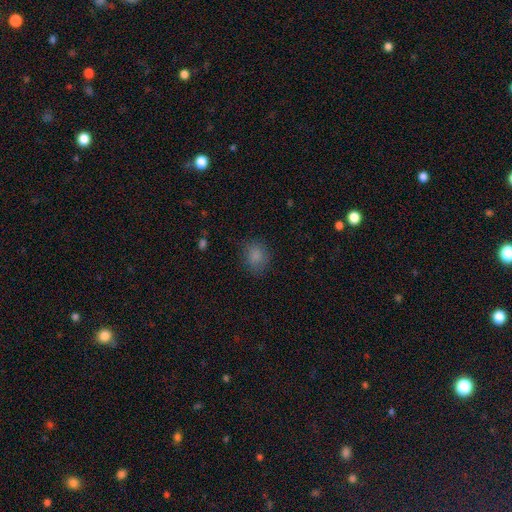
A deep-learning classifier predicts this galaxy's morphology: smooth_or_featured: smooth (p=0.83) [alt: star or artifact p=0.12]
how_rounded: round (p=0.66) [alt: in between p=0.33]
merging: none (p=0.80) [alt: minor disturbance p=0.15]